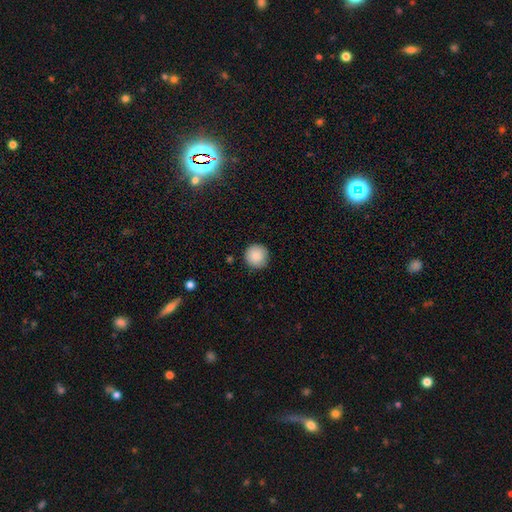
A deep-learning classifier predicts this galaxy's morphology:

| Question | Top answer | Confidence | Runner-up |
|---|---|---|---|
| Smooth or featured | smooth | 88% | star or artifact (8%) |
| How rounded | round | 96% | in between (3%) |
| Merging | none | 90% | minor disturbance (7%) |